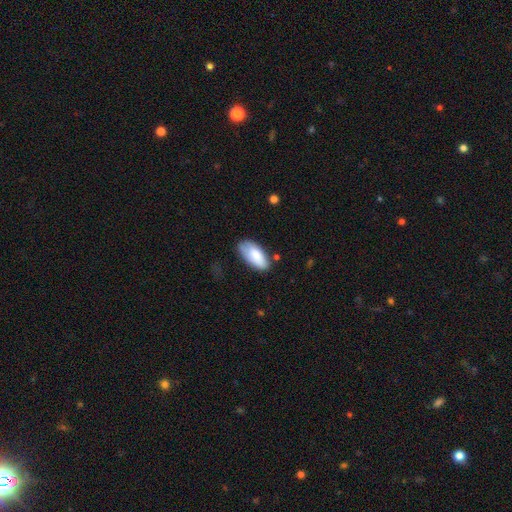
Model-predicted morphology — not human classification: type=smooth (81%); roundness=in between (92%); merging=none (68%).